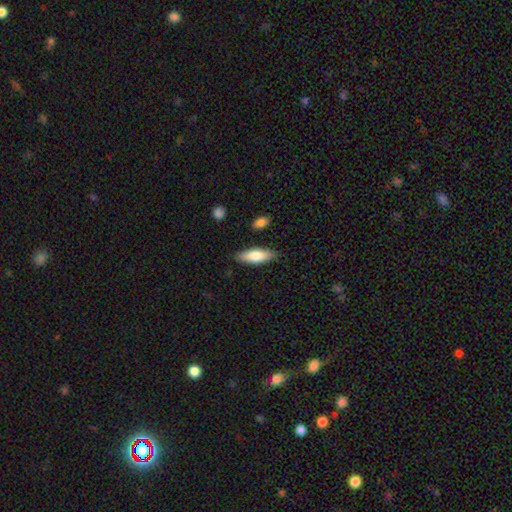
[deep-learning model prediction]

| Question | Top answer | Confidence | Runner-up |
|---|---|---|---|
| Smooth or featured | smooth | 72% | featured or disk (22%) |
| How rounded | in between | 56% | cigar-shaped (42%) |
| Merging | none | 85% | minor disturbance (11%) |